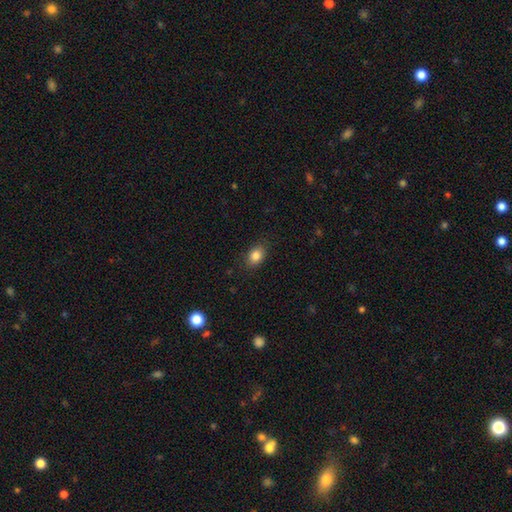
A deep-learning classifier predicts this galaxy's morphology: A smooth galaxy with no disk features (84%) that is in between round and cigar-shaped (74%). Merging: none (85%).